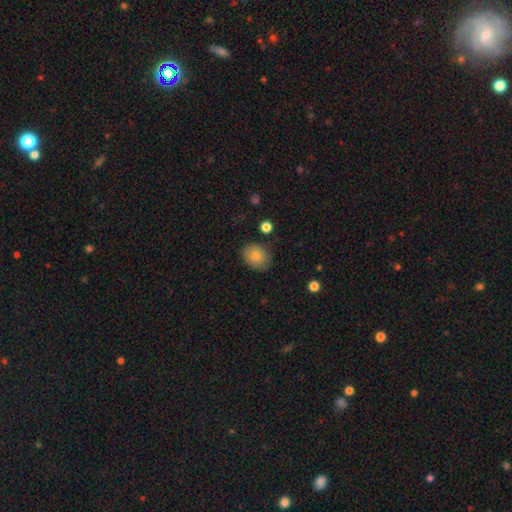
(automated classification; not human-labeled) smooth 81%, featured or disk 10%, star or artifact 9%. Down the decision tree: how rounded — round (65%); merging — none (81%).